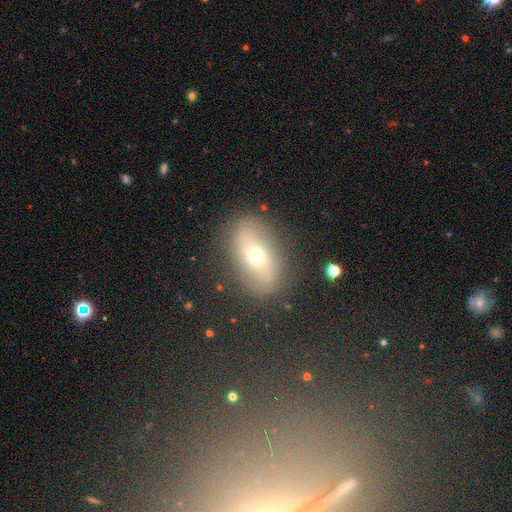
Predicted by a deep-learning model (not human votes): Smooth or featured? smooth (48%)
Merging? none (81%)